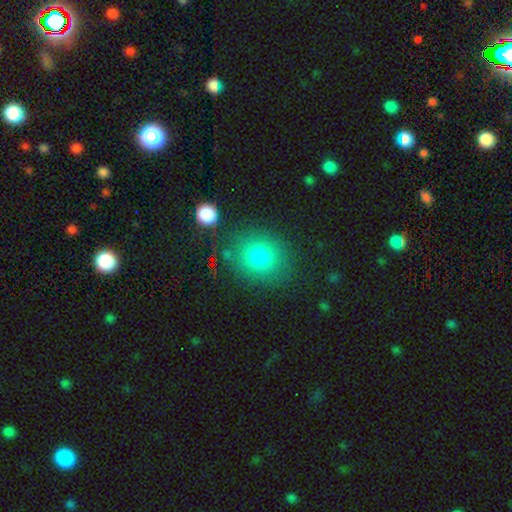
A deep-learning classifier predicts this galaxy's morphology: A smooth galaxy with no disk features (79%) that is round (71%).

Vote fractions:
- Smooth or featured? smooth: 79% / star or artifact: 13% / featured or disk: 8%
- How rounded? round: 71% / in between: 28% / cigar-shaped: 1%
- Merging? none: 81% / minor disturbance: 11% / merger: 4% / major disturbance: 4%